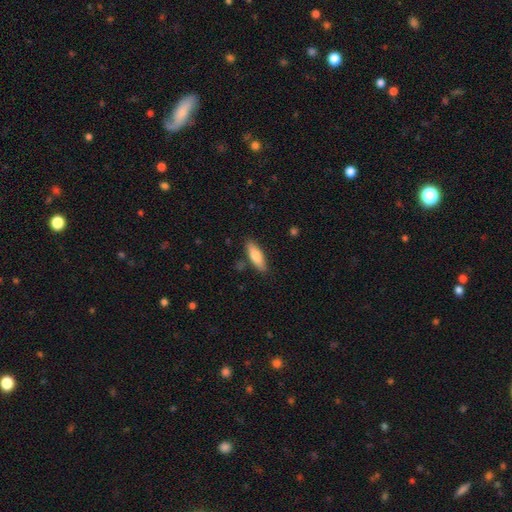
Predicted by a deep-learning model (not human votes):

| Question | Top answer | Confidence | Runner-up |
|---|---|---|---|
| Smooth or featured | smooth | 74% | featured or disk (20%) |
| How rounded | in between | 49% | tied: cigar-shaped (49%) |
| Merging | none | 84% | minor disturbance (11%) |